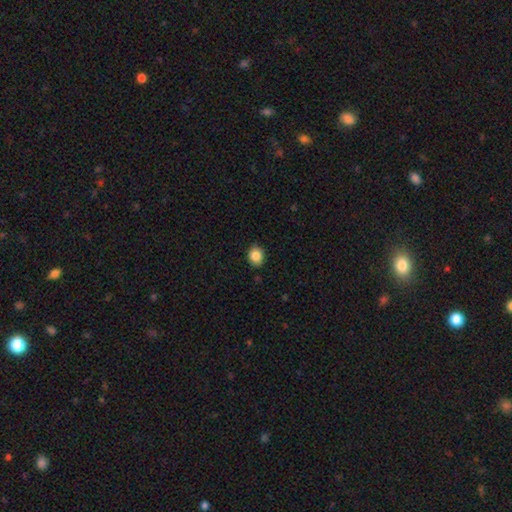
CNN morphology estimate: type=smooth (86%); roundness=in between (53%); merging=none (88%).